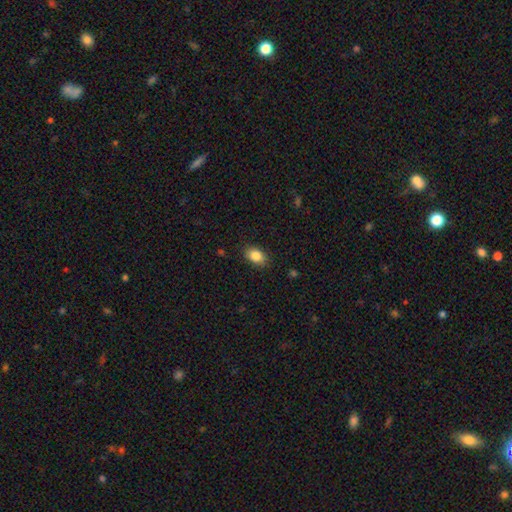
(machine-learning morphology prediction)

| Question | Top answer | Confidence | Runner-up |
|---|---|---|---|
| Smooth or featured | smooth | 86% | star or artifact (8%) |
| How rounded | in between | 82% | round (16%) |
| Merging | none | 86% | minor disturbance (10%) |